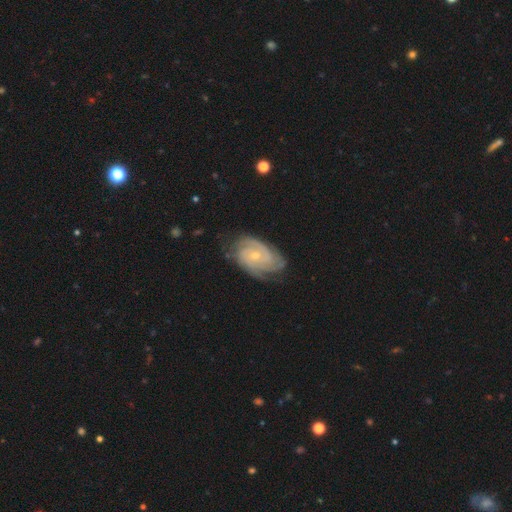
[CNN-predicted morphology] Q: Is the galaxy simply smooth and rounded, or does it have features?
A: featured or disk — 85%.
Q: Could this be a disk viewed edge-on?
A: no — 97%.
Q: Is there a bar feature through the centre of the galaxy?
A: no — 69%.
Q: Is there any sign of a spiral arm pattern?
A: yes — 97%.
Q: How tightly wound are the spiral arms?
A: tight — 66%.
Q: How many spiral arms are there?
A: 3 — 32%.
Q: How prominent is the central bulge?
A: small — 69%.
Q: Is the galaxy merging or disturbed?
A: none — 72%.